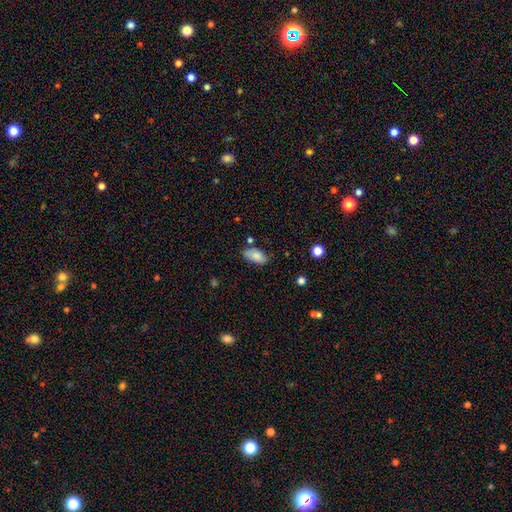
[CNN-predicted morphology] Smooth or featured? Predicted: smooth (p=0.84). How rounded? Predicted: in between (p=0.92). Merging? Predicted: none (p=0.68).